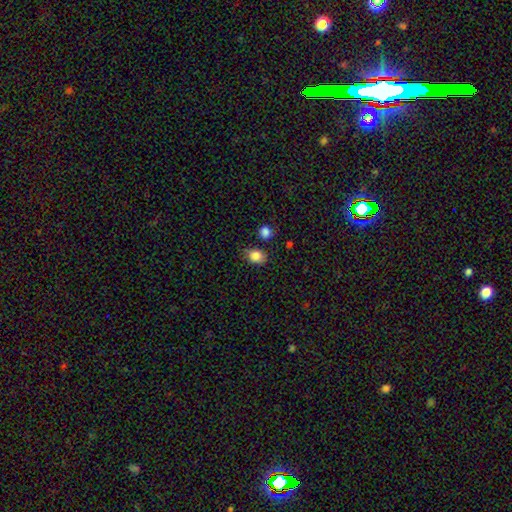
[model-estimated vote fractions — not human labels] smooth_or_featured: smooth (p=0.84) [alt: star or artifact p=0.10]
how_rounded: in between (p=0.60) [alt: round p=0.39]
merging: none (p=0.73) [alt: minor disturbance p=0.19]